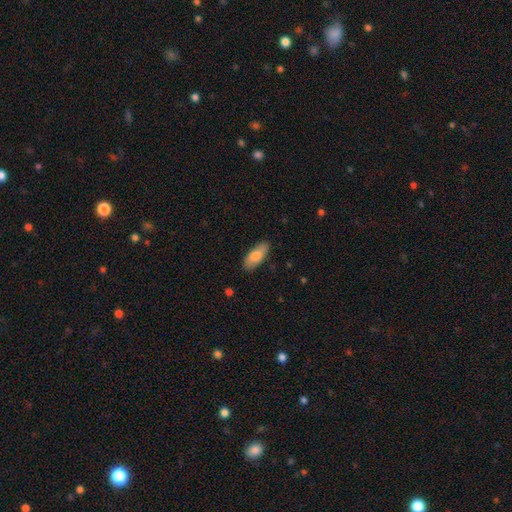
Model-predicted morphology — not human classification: A smooth galaxy with no disk features (79%) that is in between round and cigar-shaped (85%).

Vote fractions:
- Smooth or featured? smooth: 79% / featured or disk: 15% / star or artifact: 6%
- How rounded? in between: 85% / cigar-shaped: 13% / round: 2%
- Merging? none: 84% / minor disturbance: 12% / major disturbance: 3% / merger: 1%